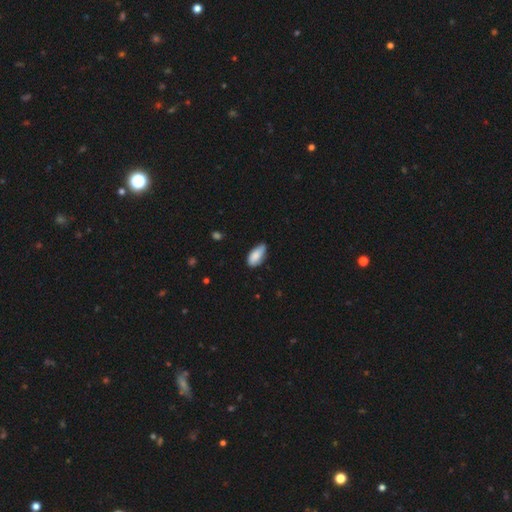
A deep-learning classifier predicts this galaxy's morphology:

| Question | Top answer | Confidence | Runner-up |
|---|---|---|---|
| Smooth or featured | smooth | 85% | featured or disk (8%) |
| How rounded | in between | 91% | cigar-shaped (7%) |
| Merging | none | 53% | minor disturbance (40%) |